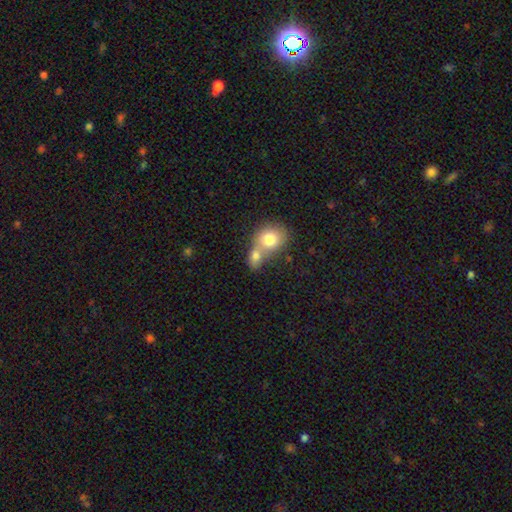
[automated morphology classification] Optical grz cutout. It shows a smooth galaxy with no disk features (78%) that is in between round and cigar-shaped (50%). Merging: merger (66%).